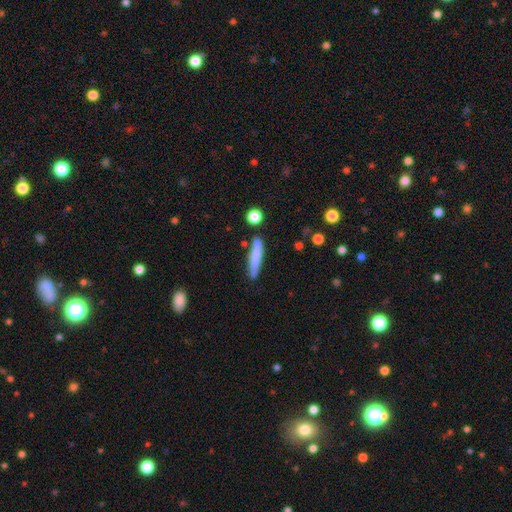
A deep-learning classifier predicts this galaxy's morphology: A smooth galaxy with no disk features (74%) that is cigar-shaped (90%). Merging: none (79%).